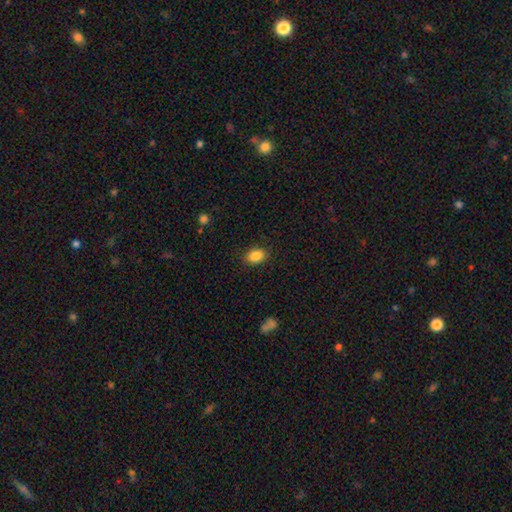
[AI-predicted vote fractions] This appears to be a smooth galaxy with no disk features (88%) that is in between round and cigar-shaped (77%). Merging: none (86%).